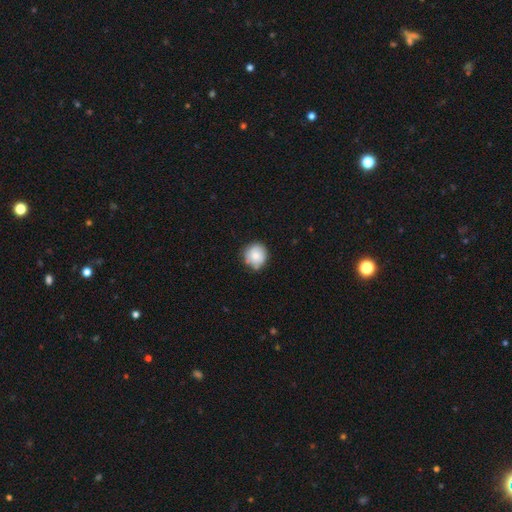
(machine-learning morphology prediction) Smooth or featured?
  - smooth: 78% *
  - featured or disk: 14%
  - star or artifact: 8%
How rounded?
  - round: 91% *
  - in between: 8%
  - cigar-shaped: 1%
Merging?
  - none: 74% *
  - minor disturbance: 20%
  - major disturbance: 3%
  - merger: 2%